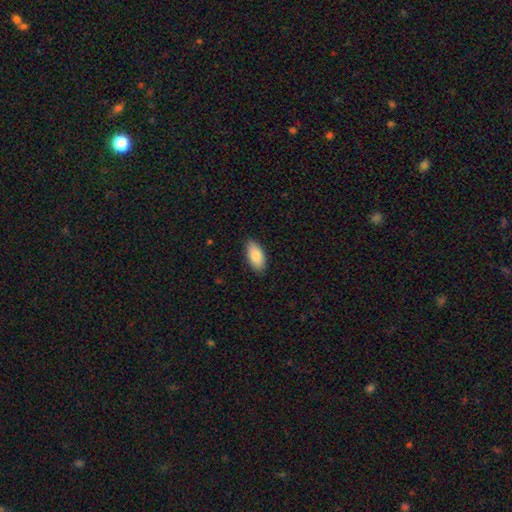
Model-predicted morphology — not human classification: Q: Smooth or featured?
A: smooth (85%); runner-up: featured or disk (9%)
Q: How rounded?
A: in between (92%); runner-up: cigar-shaped (6%)
Q: Merging?
A: none (87%); runner-up: minor disturbance (10%)